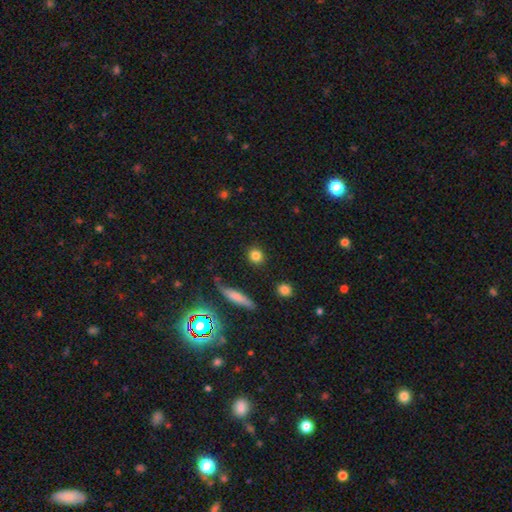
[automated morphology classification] smooth-or-featured: smooth: 83% | star or artifact: 10% | featured or disk: 7%
  how-rounded: round: 83% | in between: 14% | cigar-shaped: 3%
  merging: none: 89% | minor disturbance: 7% | major disturbance: 2% | merger: 2%